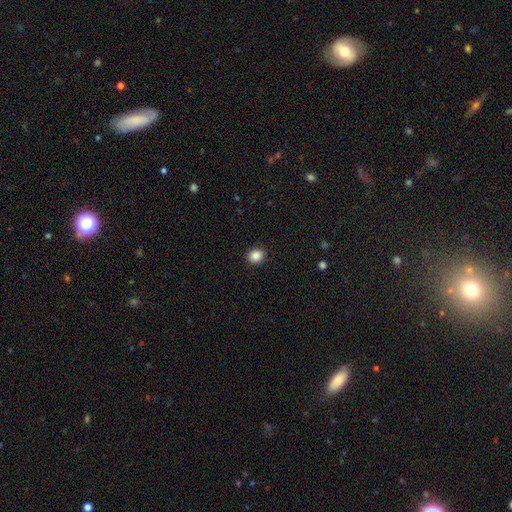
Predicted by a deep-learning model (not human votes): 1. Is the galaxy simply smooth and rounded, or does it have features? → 87% smooth, 9% star or artifact, 3% featured or disk.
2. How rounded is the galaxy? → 74% round, 25% in between, 1% cigar-shaped.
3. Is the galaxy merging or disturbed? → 92% none, 6% minor disturbance, 2% major disturbance, 1% merger.